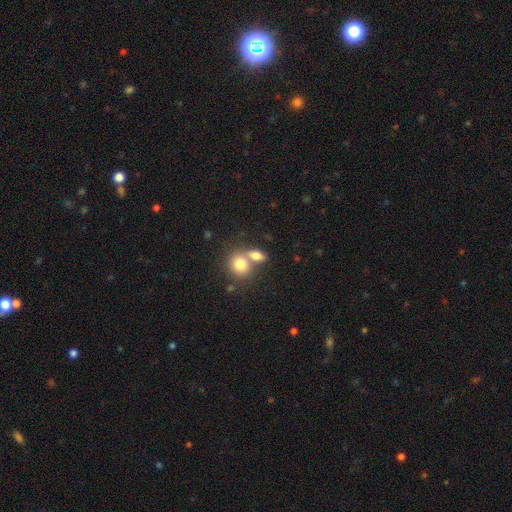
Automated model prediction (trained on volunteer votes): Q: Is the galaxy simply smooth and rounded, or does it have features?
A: smooth — 77%.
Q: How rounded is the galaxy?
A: in between — 63%.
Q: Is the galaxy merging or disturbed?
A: merger — 54%.